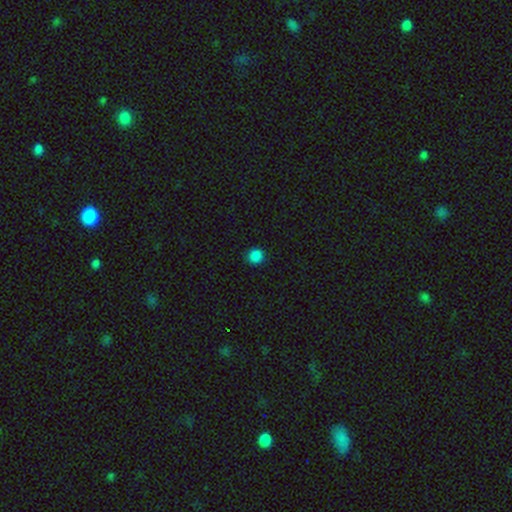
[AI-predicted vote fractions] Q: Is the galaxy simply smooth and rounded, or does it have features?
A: smooth — 85%.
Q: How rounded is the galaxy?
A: round — 92%.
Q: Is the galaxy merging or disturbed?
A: none — 90%.